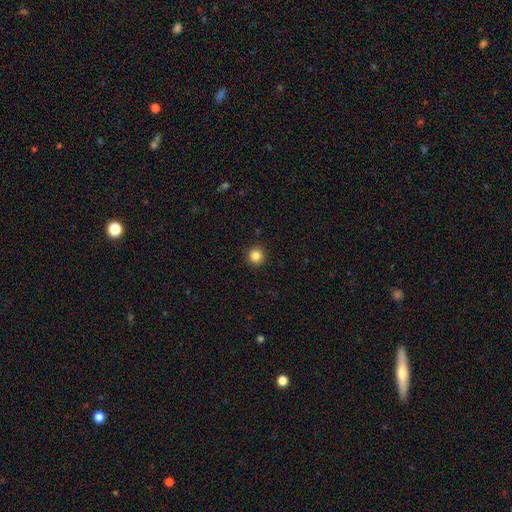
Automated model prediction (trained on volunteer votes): Q: Smooth or featured?
A: smooth (85%); runner-up: star or artifact (11%)
Q: How rounded?
A: round (95%); runner-up: in between (4%)
Q: Merging?
A: none (93%); runner-up: minor disturbance (5%)